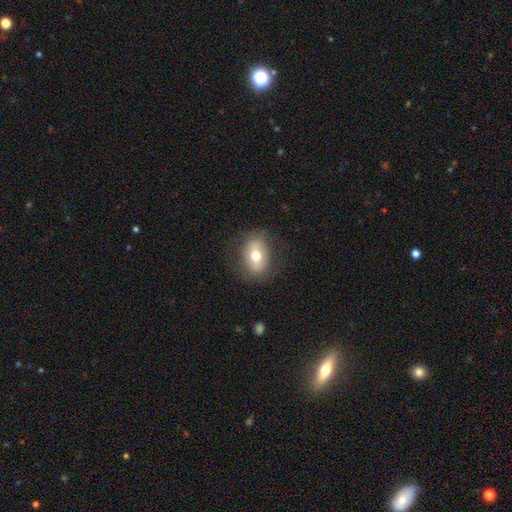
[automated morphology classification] type=smooth (58%); roundness=in between (74%); merging=none (81%).